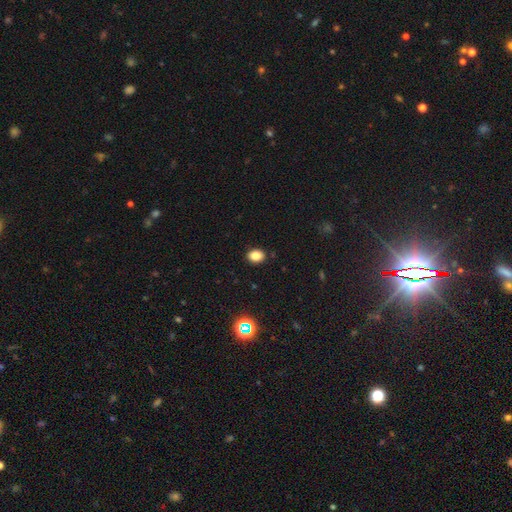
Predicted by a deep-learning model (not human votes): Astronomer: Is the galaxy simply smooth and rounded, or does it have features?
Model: smooth — 83%.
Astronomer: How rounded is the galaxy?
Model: in between — 61% (runner-up: round, 38%).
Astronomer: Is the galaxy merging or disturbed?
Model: none — 89%.